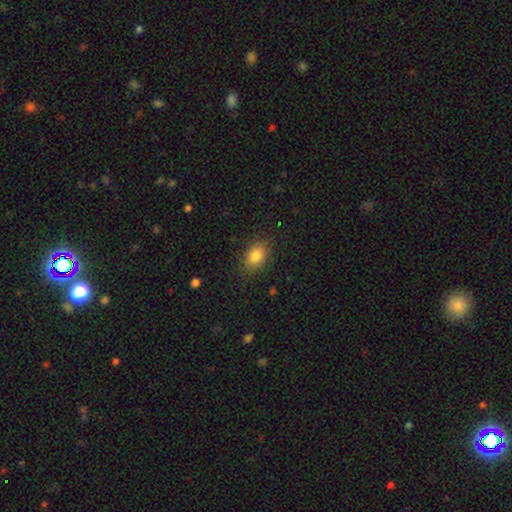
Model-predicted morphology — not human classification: Smooth or featured? Predicted: smooth (p=0.84). How rounded? Predicted: in between (p=0.81). Merging? Predicted: none (p=0.83).